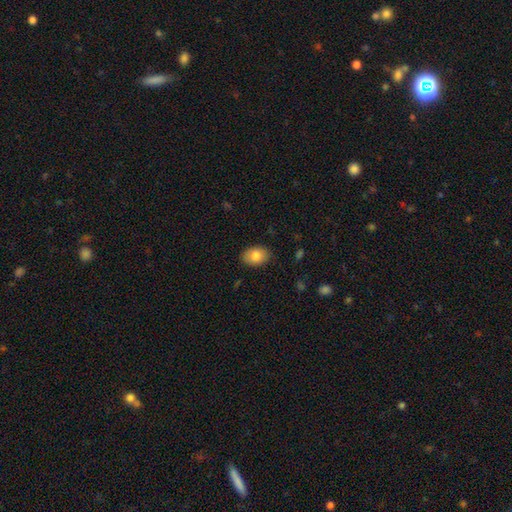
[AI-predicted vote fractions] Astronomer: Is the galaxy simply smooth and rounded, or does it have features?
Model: smooth — 84%.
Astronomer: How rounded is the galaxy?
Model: in between — 79%.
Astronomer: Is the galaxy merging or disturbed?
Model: none — 86%.